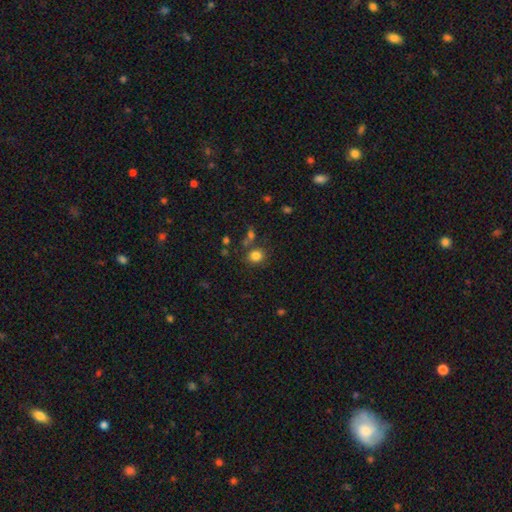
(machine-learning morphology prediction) Q: Smooth or featured?
A: smooth (81%); runner-up: star or artifact (13%)
Q: How rounded?
A: round (70%); runner-up: in between (29%)
Q: Merging?
A: none (72%); runner-up: minor disturbance (12%)